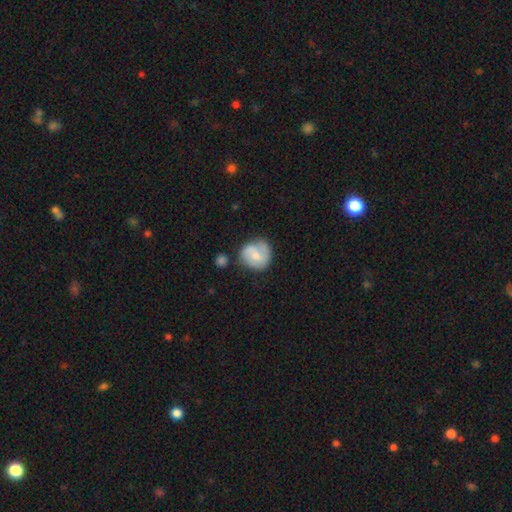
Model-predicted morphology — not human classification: This is possibly a featured or disk galaxy (51%). It is clearly not viewed edge-on (97%). Merging: possibly none (57%).